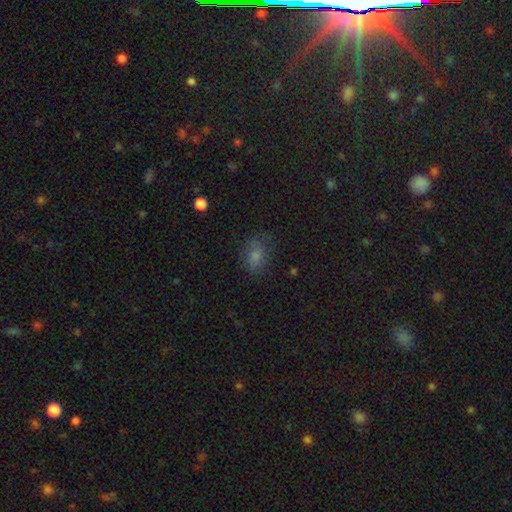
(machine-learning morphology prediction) Smooth or featured? Predicted: smooth (p=0.77). How rounded? Predicted: in between (p=0.67). Merging? Predicted: none (p=0.69).